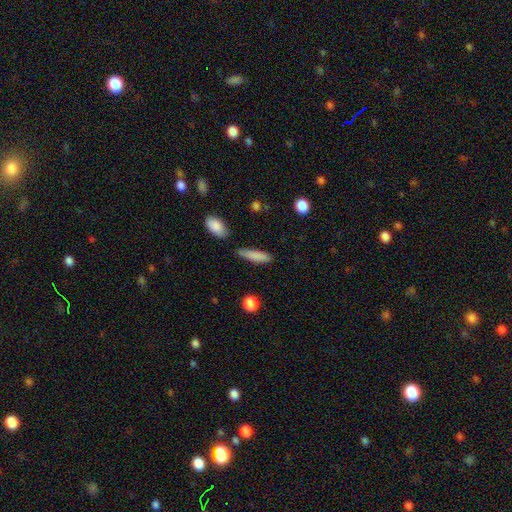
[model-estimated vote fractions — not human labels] This appears to be a smooth galaxy with no disk features (83%) that is cigar-shaped (71%). Merging: none (73%).